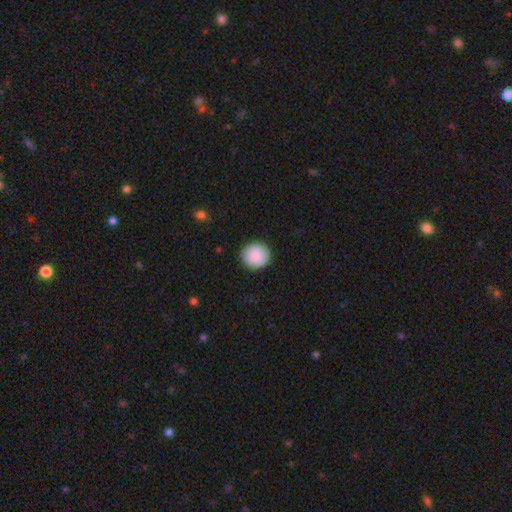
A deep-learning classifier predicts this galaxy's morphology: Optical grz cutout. It shows a smooth galaxy with no disk features (89%) that is round (94%). Merging: none (91%).